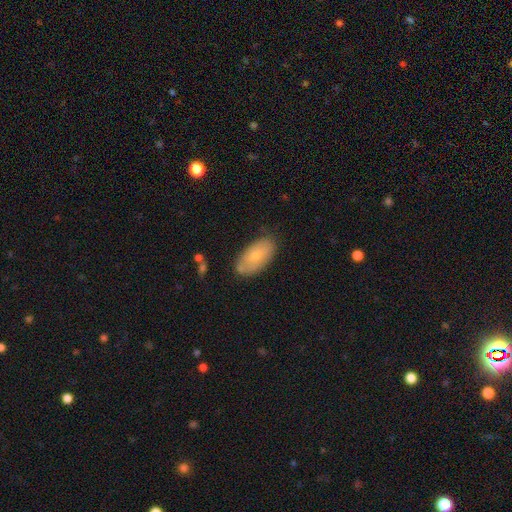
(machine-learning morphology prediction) Smooth or featured?
  - smooth: 69% *
  - featured or disk: 24%
  - star or artifact: 7%
How rounded?
  - in between: 93% *
  - cigar-shaped: 3%
  - round: 3%
Merging?
  - none: 73% *
  - minor disturbance: 20%
  - major disturbance: 4%
  - merger: 3%